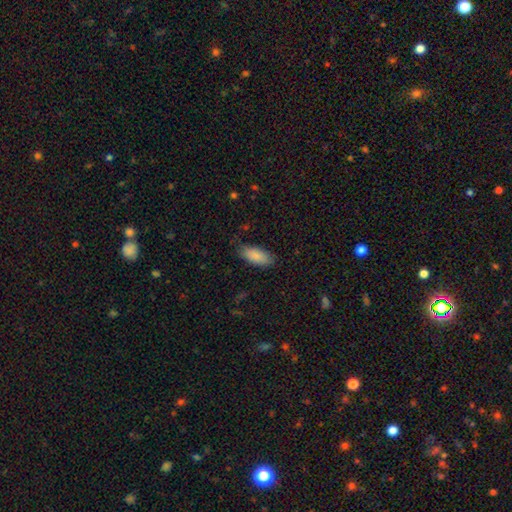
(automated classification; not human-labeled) Smooth or featured: smooth — 87% (featured or disk — 6%)
How rounded: in between — 89% (cigar-shaped — 10%)
Merging: none — 78% (minor disturbance — 17%)